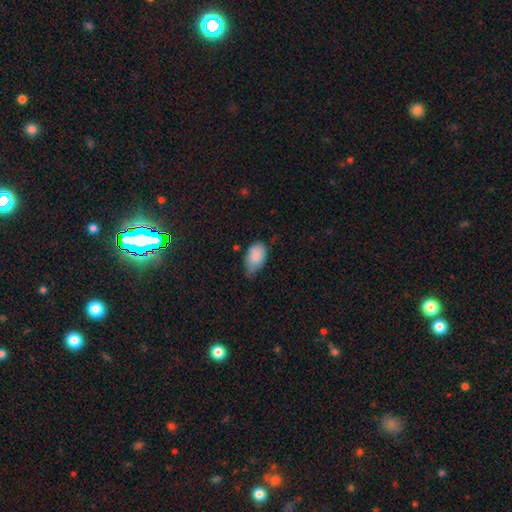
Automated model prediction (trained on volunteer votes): Morphology: type=smooth (85%); roundness=in between (90%); merging=minor disturbance (47%).